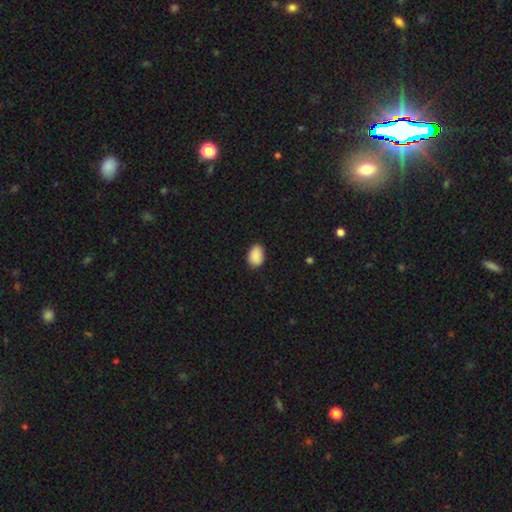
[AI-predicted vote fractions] Morphology: type=smooth (90%); roundness=in between (81%); merging=none (85%).